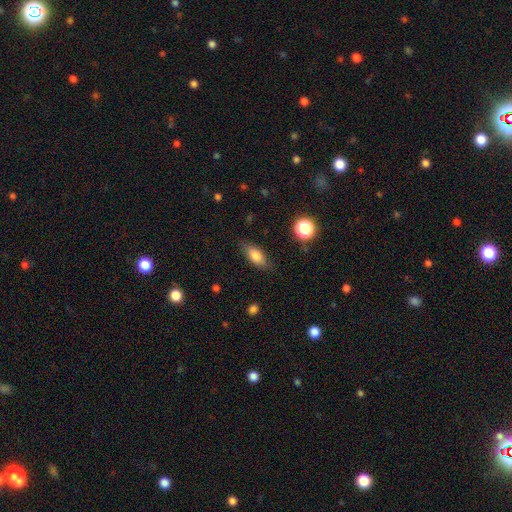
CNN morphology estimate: This appears to be a smooth galaxy with no disk features (77%) that is in between round and cigar-shaped (78%). Merging: none (83%).